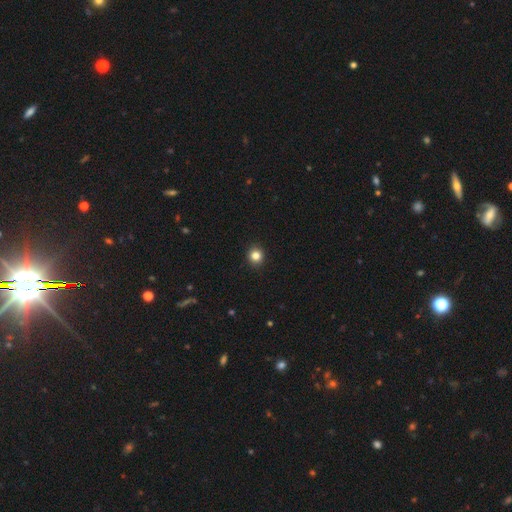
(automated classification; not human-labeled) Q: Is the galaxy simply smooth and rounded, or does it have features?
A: smooth — 83%.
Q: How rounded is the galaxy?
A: round — 89%.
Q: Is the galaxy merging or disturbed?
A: none — 93%.